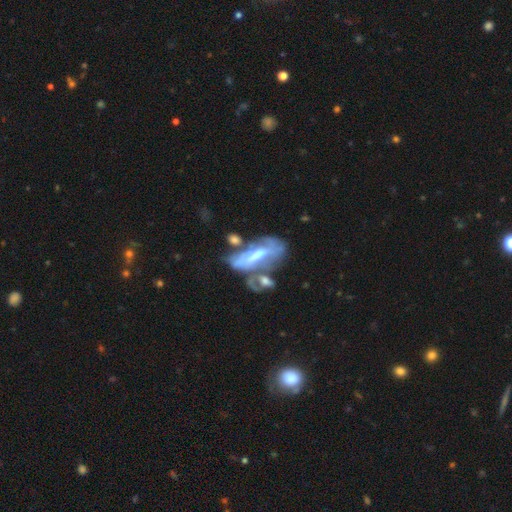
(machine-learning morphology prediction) A featured or disk galaxy (66%) with a strong bar (39%), no spiral arms (55%) and a moderate central bulge (47%). Merging: merger (35%).